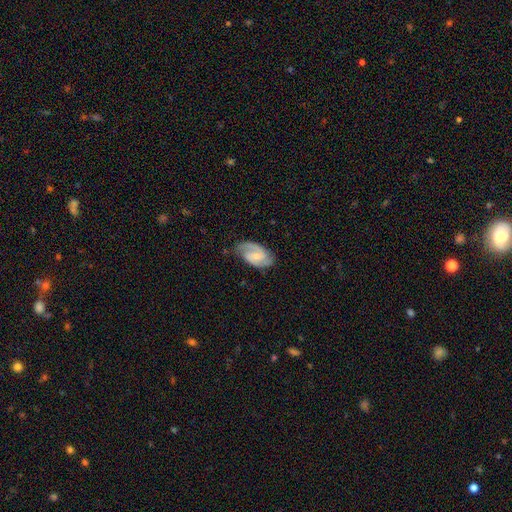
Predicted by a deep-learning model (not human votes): Smooth or featured?
  - featured or disk: 81% *
  - smooth: 14%
  - star or artifact: 5%
Edge-on disk?
  - no: 97% *
  - yes: 3%
Bar?
  - weak: 50% *
  - no: 36%
  - strong: 15%
Spiral arms?
  - yes: 96% *
  - no: 4%
Spiral winding?
  - medium: 50% *
  - tight: 36%
  - loose: 14%
Spiral arm count?
  - 2: 87% *
  - can't tell: 5%
  - 1: 4%
  - 3: 3%
  - 4: 1%
  - more than 4: 1%
Bulge size?
  - small: 52% *
  - moderate: 29%
  - none: 15%
  - large: 3%
  - dominant: 1%
Merging?
  - none: 74% *
  - minor disturbance: 19%
  - major disturbance: 6%
  - merger: 1%